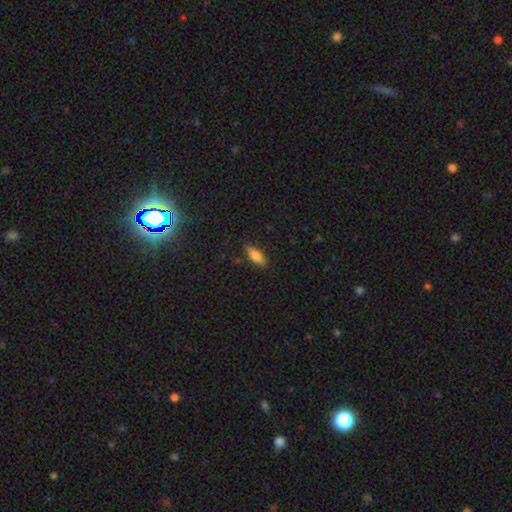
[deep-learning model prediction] Smooth or featured?
  - smooth: 77% *
  - featured or disk: 15%
  - star or artifact: 8%
How rounded?
  - in between: 69% *
  - cigar-shaped: 29%
  - round: 3%
Merging?
  - none: 84% *
  - minor disturbance: 12%
  - major disturbance: 3%
  - merger: 1%